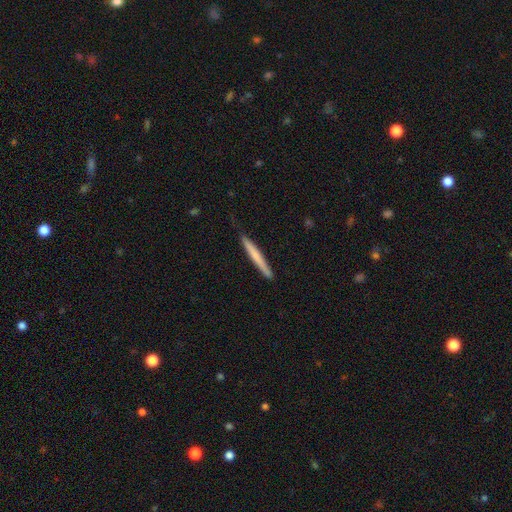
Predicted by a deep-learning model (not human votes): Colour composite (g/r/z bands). It shows a smooth galaxy with no disk features (62%) that is cigar-shaped (97%). Merging: none (83%).